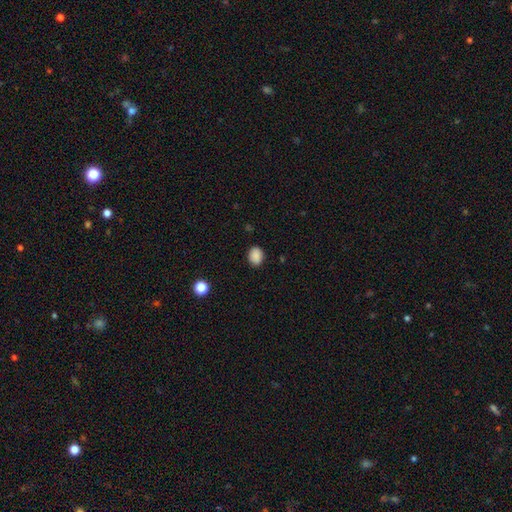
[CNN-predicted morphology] type=smooth (88%); roundness=in between (55%); merging=none (86%).